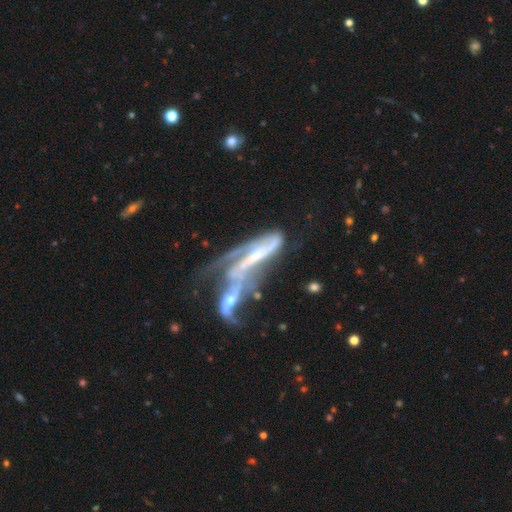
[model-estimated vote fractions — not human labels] Overall: featured or disk (76%). Edge-on disk: no (76%). Bar: no (47%; strong 28%). Spiral arms: yes (68%; no 32%). Bulge size: small (42%; moderate 31%). Merging: merger (68%).